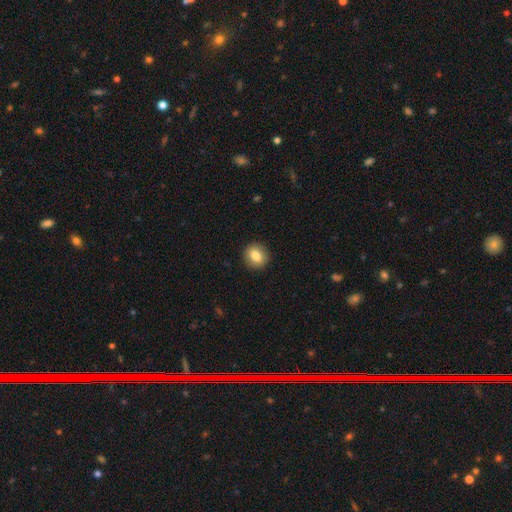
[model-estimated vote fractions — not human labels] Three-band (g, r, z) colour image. It shows a smooth galaxy with no disk features (81%) that is round (78%). Merging: none (91%).